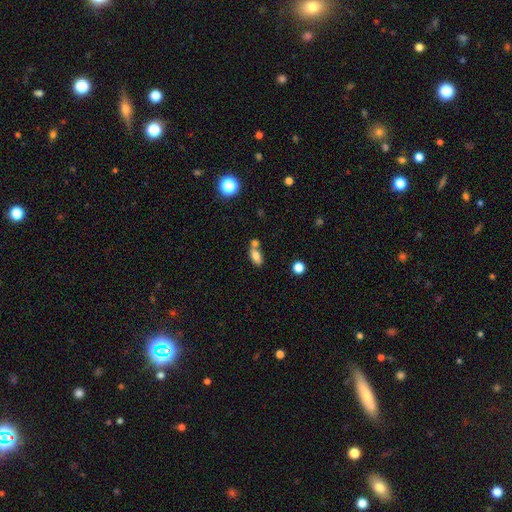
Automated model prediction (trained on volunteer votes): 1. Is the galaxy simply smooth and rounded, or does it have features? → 77% smooth, 13% featured or disk, 10% star or artifact.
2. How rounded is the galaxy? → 86% in between, 7% round, 7% cigar-shaped.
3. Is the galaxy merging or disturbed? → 43% none, 41% merger, 12% minor disturbance, 4% major disturbance.